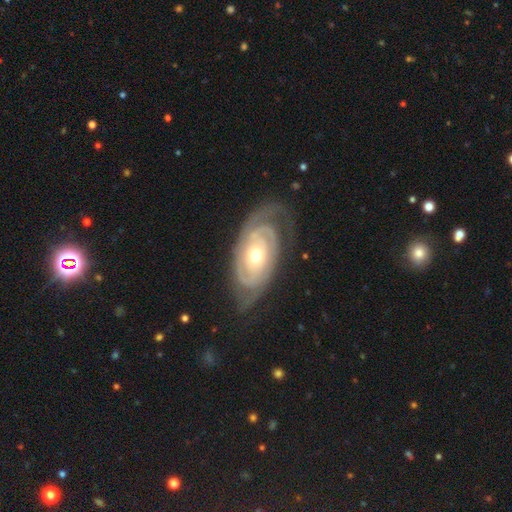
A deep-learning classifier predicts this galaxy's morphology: Smooth or featured? featured or disk (89%)
Edge-on disk? no (95%)
Bar? no (74%)
Spiral arms? yes (96%)
Spiral winding? tight (76%)
Spiral arm count? 2 (56%)
Bulge size? moderate (63%)
Merging? none (75%)